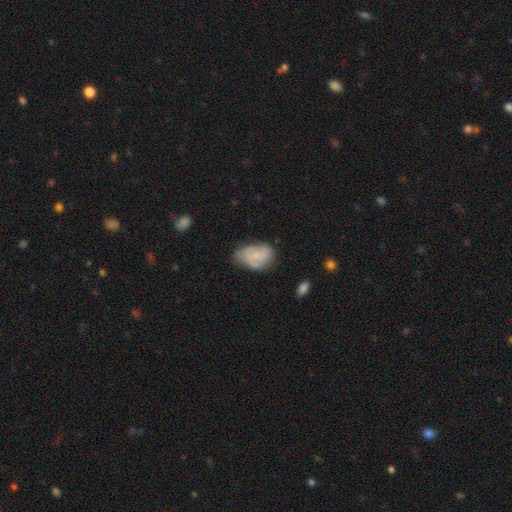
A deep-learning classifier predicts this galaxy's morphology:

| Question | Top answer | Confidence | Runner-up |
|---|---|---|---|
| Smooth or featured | smooth | 52% | featured or disk (40%) |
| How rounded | in between | 83% | round (15%) |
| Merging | none | 43% | minor disturbance (38%) |